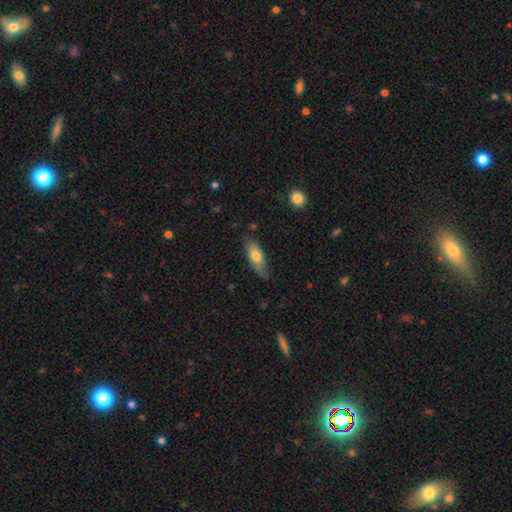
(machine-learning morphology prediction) smooth-or-featured: smooth: 71% | featured or disk: 23% | star or artifact: 6%
  how-rounded: in between: 70% | cigar-shaped: 27% | round: 3%
  merging: none: 70% | minor disturbance: 24% | major disturbance: 4% | merger: 2%